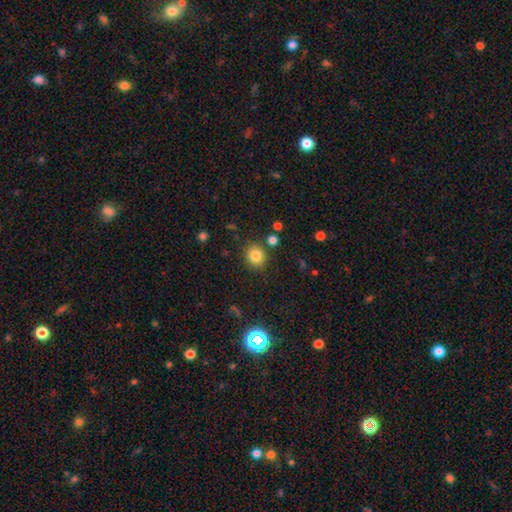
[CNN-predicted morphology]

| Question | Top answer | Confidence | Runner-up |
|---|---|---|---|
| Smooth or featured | smooth | 82% | star or artifact (12%) |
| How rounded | round | 81% | in between (18%) |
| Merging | none | 83% | minor disturbance (9%) |